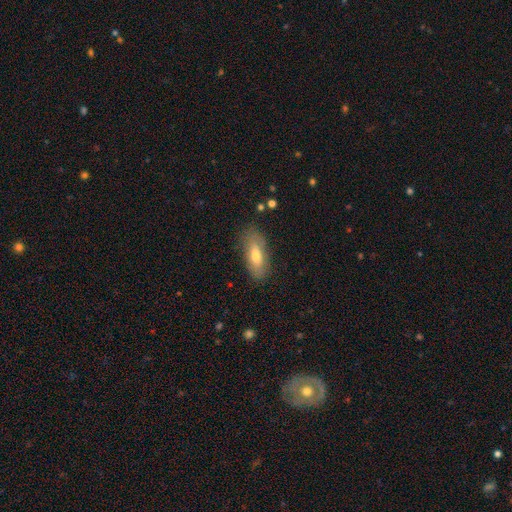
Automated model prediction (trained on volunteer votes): smooth_or_featured: smooth (p=0.67) [alt: featured or disk p=0.27]
how_rounded: in between (p=0.74) [alt: cigar-shaped p=0.23]
merging: none (p=0.81) [alt: minor disturbance p=0.14]